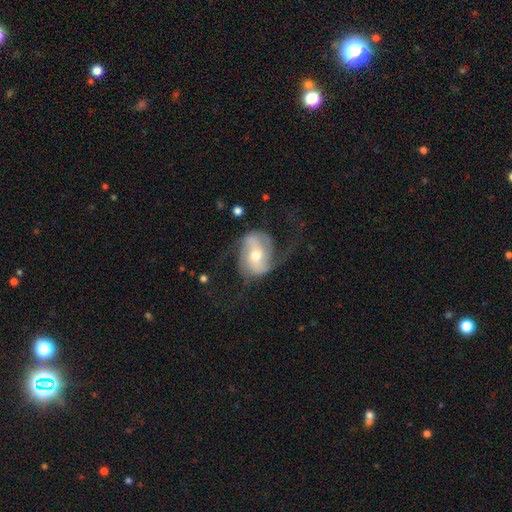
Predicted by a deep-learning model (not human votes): A featured or disk galaxy (76%) with no bar (37%, tied with weak), 2 (76%) loose (47%) spiral arms (91%) and a moderate central bulge (64%).

Vote fractions:
- Smooth or featured? featured or disk: 76% / smooth: 18% / star or artifact: 6%
- Edge-on disk? no: 96% / yes: 4%
- Bar? no: 37% (tied) / weak: 37% (tied) / strong: 26%
- Spiral arms? yes: 91% / no: 9%
- Spiral winding? loose: 47% / medium: 38% / tight: 15%
- Spiral arm count? 2: 76% / can't tell: 9% / 1: 6% / 3: 6% / 4: 2% / more than 4: 2%
- Bulge size? moderate: 64% / small: 30% / large: 5% / dominant: 1% / none: 1%
- Merging? none: 52% / major disturbance: 26% / minor disturbance: 20% / merger: 2%